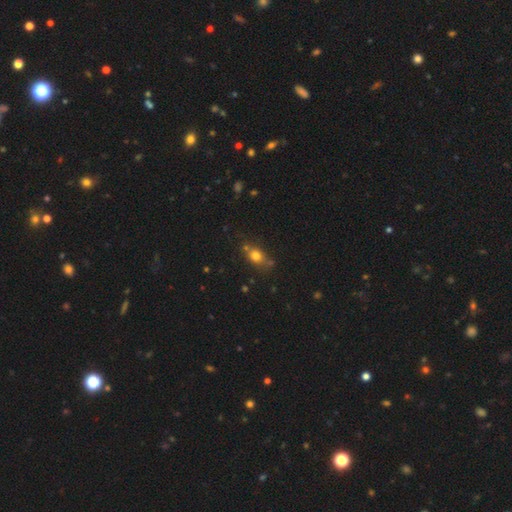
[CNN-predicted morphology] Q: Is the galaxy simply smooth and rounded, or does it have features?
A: smooth — 76%.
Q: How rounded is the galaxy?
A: in between — 51%.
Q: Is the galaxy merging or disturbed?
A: none — 65%.